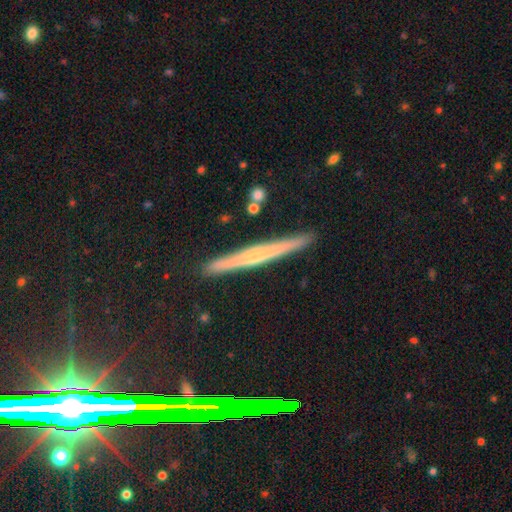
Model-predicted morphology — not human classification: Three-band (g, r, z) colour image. It shows a featured or disk galaxy (60%) viewed edge-on (97%) with no central bulge (50%). Merging: none (90%).